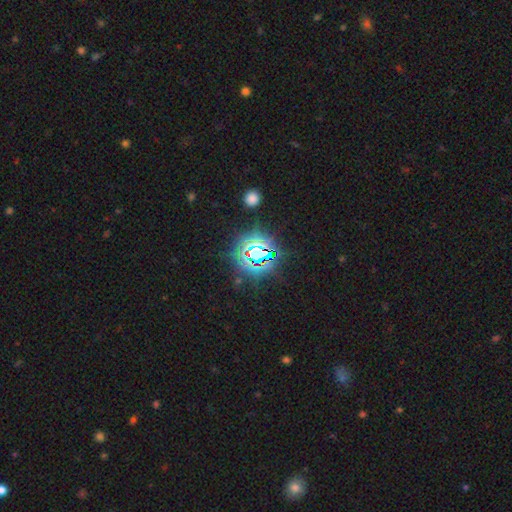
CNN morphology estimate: Smooth or featured? star or artifact (77%)